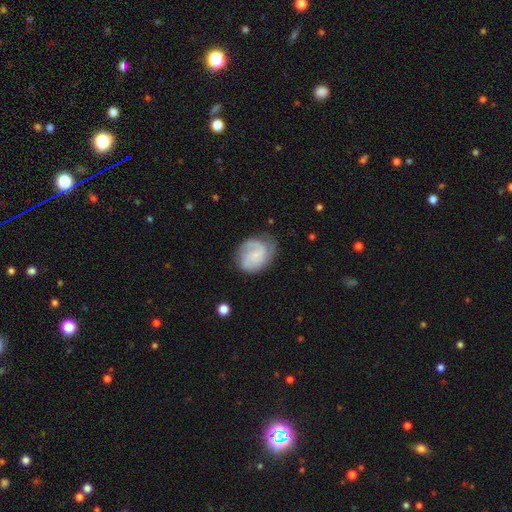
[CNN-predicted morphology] type=featured or disk (56%); edge-on=no (98%); bar=no (57%); spiral arms=yes (89%); bulge=small (44%); merging=none (61%).